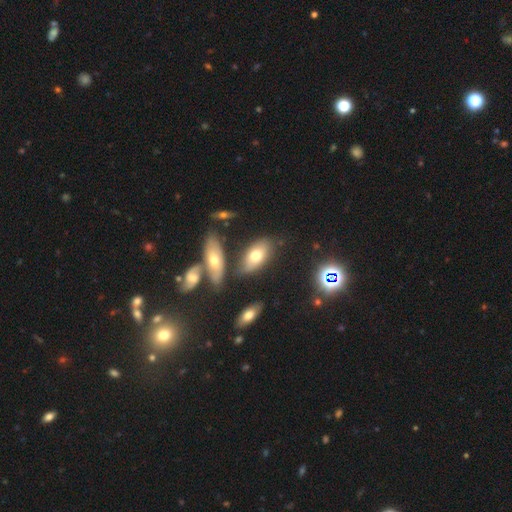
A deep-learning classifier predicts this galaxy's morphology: Smooth or featured: smooth — 69% (featured or disk — 22%)
How rounded: in between — 90% (round — 6%)
Merging: none — 68% (minor disturbance — 15%)